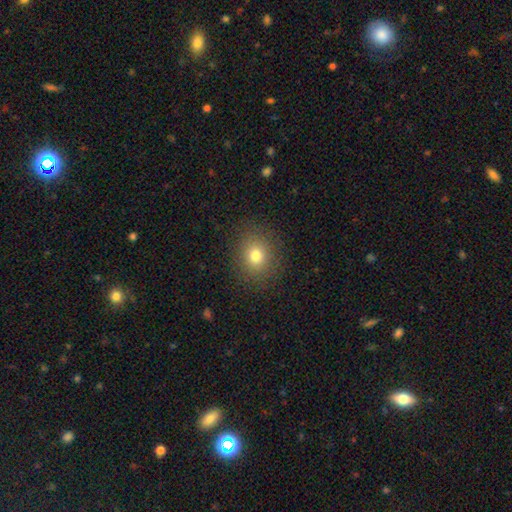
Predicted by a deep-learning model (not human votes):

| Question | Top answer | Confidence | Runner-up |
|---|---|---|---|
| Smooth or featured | smooth | 77% | star or artifact (13%) |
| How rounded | round | 71% | in between (28%) |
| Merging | none | 87% | minor disturbance (9%) |